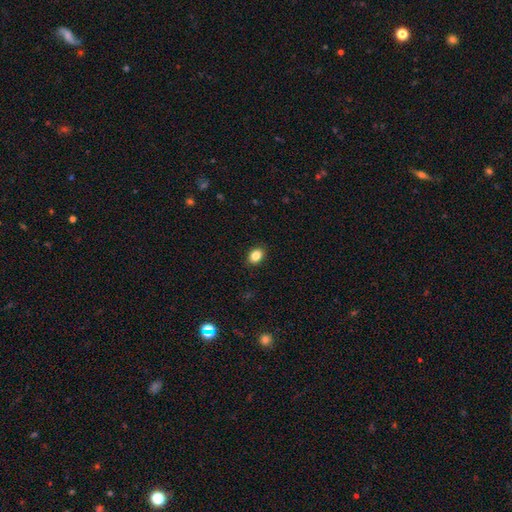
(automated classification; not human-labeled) smooth_or_featured: smooth (p=0.85) [alt: star or artifact p=0.10]
how_rounded: in between (p=0.67) [alt: round p=0.32]
merging: none (p=0.89) [alt: minor disturbance p=0.08]